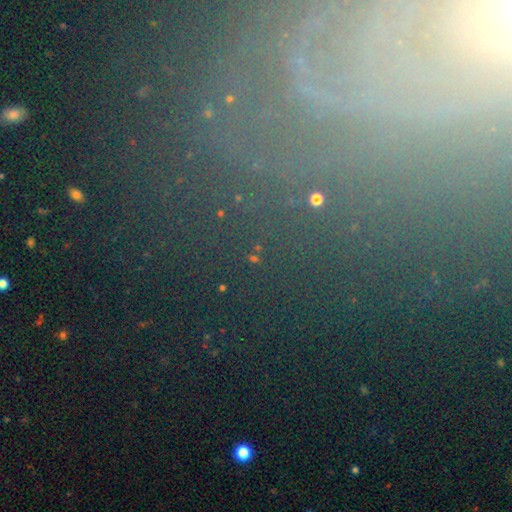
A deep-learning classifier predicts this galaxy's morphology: star or artifact 64%, smooth 19%, featured or disk 17%.